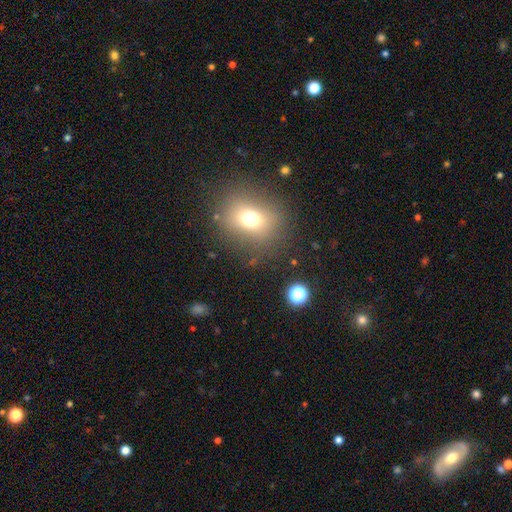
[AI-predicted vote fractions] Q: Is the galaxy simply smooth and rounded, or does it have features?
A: smooth — 64%.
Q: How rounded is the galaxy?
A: round — 64%.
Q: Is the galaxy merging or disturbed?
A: none — 84%.